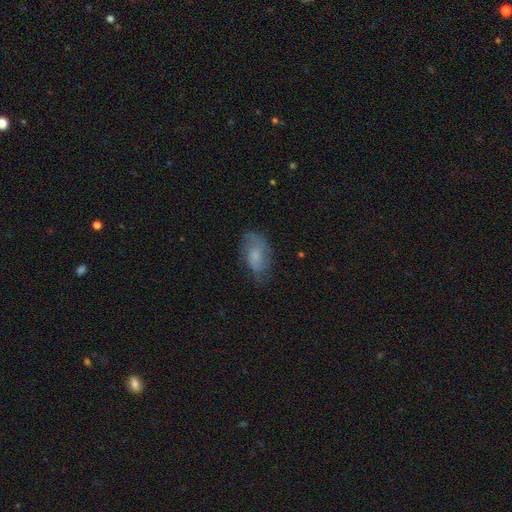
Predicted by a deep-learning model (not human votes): Overall: smooth (53%; featured or disk 38%). How rounded: in between (90%). Merging: none (61%; minor disturbance 26%).